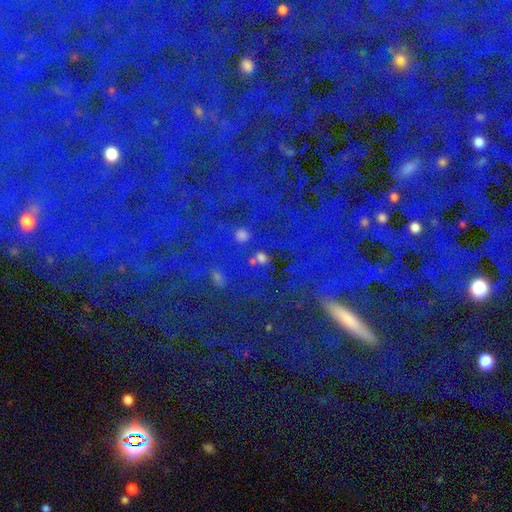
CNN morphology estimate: Smooth or featured?
  - star or artifact: 72% *
  - smooth: 14%
  - featured or disk: 14%